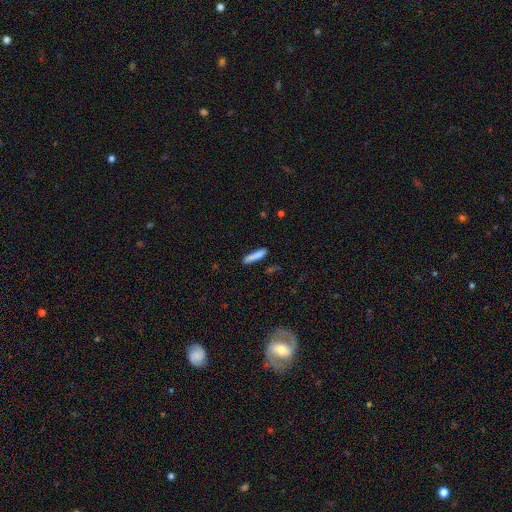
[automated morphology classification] Smooth or featured?
  - smooth: 84% *
  - featured or disk: 9%
  - star or artifact: 7%
How rounded?
  - cigar-shaped: 86% *
  - in between: 12%
  - round: 1%
Merging?
  - none: 82% *
  - minor disturbance: 13%
  - major disturbance: 3%
  - merger: 3%